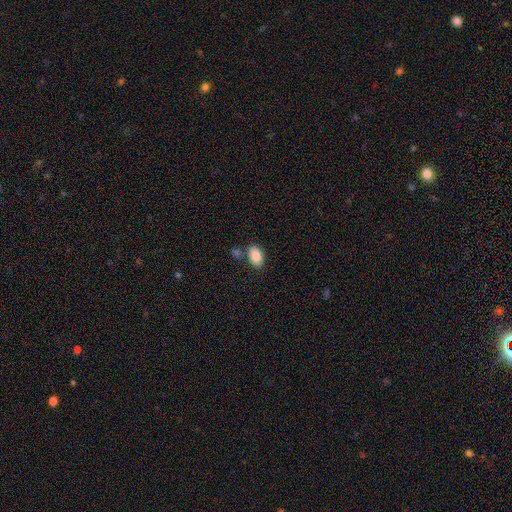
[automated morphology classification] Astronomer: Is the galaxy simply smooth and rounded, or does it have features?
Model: smooth — 88%.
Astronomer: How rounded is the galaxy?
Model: in between — 92%.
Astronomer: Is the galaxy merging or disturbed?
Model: none — 70%.